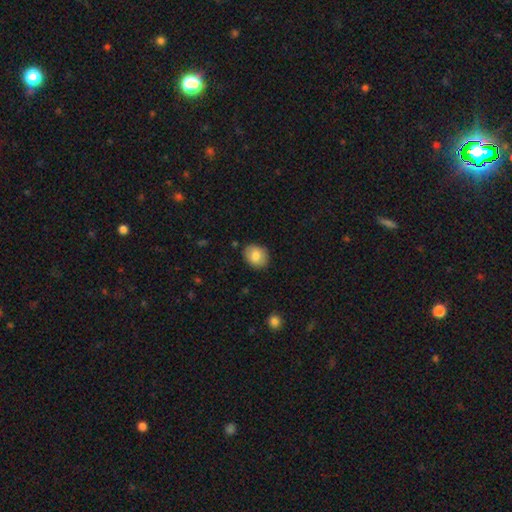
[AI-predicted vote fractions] The model was most divided on "how rounded": in between: 50%, round: 49%, cigar-shaped: 1%. More confident: merging — none (85%); smooth or featured — smooth (80%).